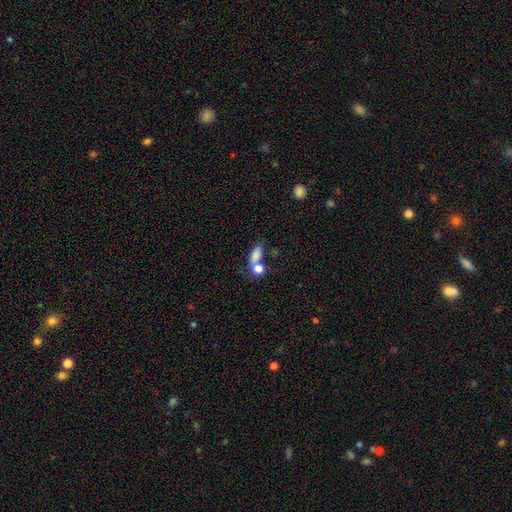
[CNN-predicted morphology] type=smooth (79%); roundness=in between (74%); merging=merger (43%).